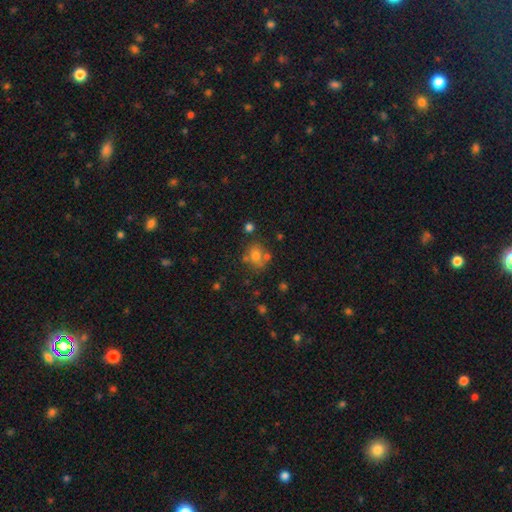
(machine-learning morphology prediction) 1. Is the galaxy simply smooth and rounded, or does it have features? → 70% smooth, 16% featured or disk, 15% star or artifact.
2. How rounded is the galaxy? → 63% round, 36% in between, 1% cigar-shaped.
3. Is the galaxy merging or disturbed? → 58% none, 19% merger, 17% minor disturbance, 6% major disturbance.